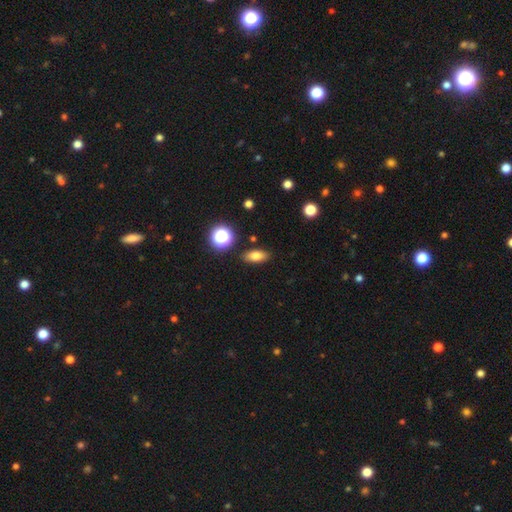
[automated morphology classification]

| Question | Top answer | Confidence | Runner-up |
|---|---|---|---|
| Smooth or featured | smooth | 78% | star or artifact (12%) |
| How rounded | in between | 80% | cigar-shaped (11%) |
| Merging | none | 87% | minor disturbance (9%) |